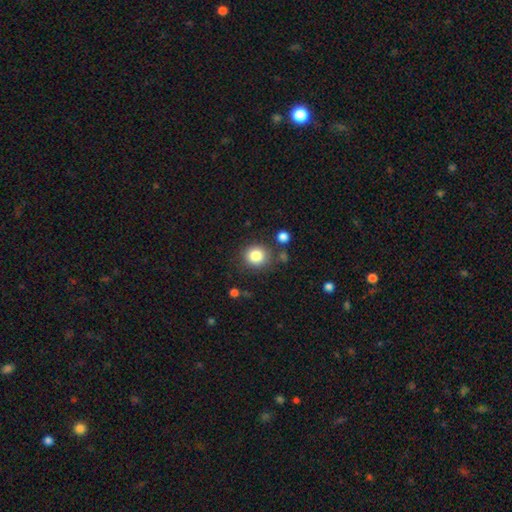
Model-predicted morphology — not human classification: A smooth galaxy with no disk features (84%) that is round (87%).

Vote fractions:
- Smooth or featured? smooth: 84% / star or artifact: 10% / featured or disk: 6%
- How rounded? round: 87% / in between: 12% / cigar-shaped: 1%
- Merging? none: 82% / minor disturbance: 10% / merger: 5% / major disturbance: 3%